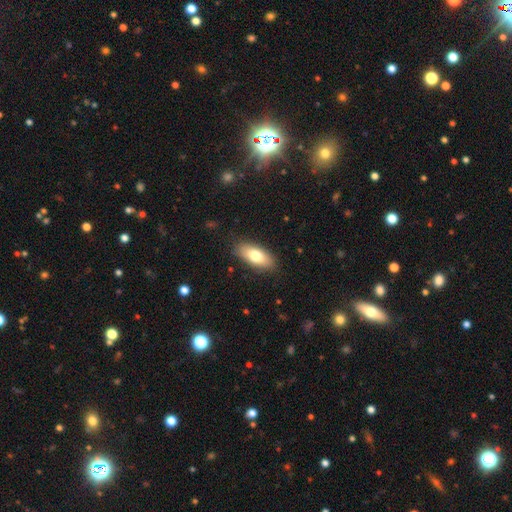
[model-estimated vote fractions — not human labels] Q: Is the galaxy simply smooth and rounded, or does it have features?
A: smooth — 75%.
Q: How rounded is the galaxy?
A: in between — 85%.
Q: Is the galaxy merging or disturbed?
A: none — 85%.